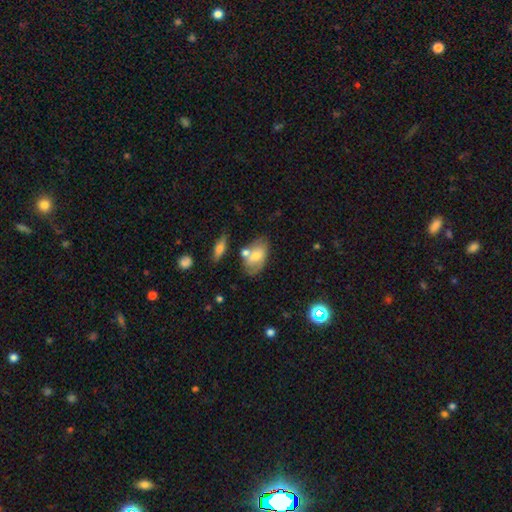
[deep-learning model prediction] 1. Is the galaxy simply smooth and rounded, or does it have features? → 60% smooth, 33% featured or disk, 8% star or artifact.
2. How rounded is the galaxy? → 89% in between, 8% round, 2% cigar-shaped.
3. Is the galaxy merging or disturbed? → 51% none, 22% merger, 21% minor disturbance, 7% major disturbance.